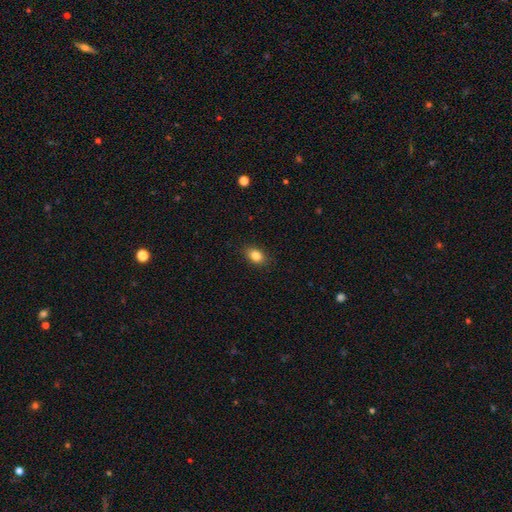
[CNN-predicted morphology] Smooth or featured: smooth — 85% (star or artifact — 9%)
How rounded: in between — 75% (round — 23%)
Merging: none — 87% (minor disturbance — 10%)